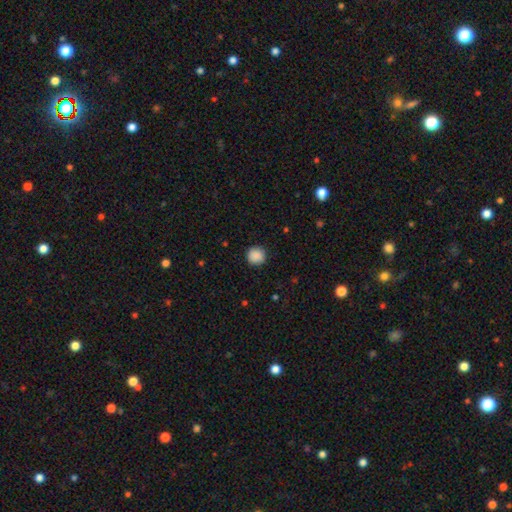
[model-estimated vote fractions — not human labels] smooth_or_featured: smooth (p=0.89) [alt: star or artifact p=0.09]
how_rounded: round (p=0.95) [alt: in between p=0.04]
merging: none (p=0.91) [alt: minor disturbance p=0.06]